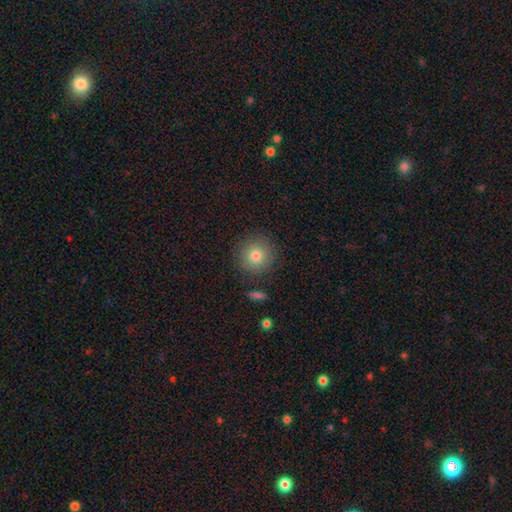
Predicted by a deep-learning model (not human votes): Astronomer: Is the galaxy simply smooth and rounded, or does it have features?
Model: smooth — 80%.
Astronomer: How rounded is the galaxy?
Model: round — 94%.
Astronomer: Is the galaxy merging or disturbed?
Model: none — 88%.